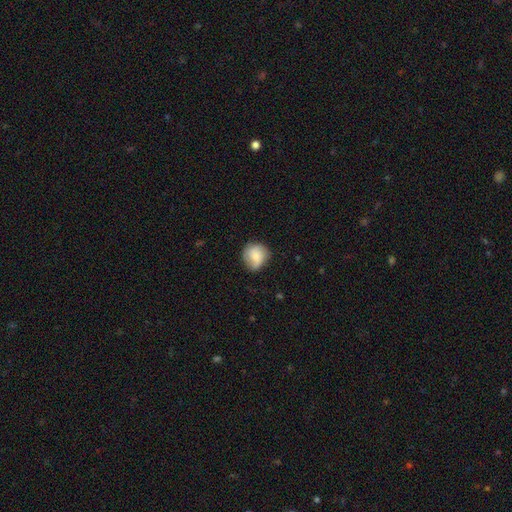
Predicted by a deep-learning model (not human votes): The model was most divided on "merging": none: 69%, minor disturbance: 23%, major disturbance: 6%, merger: 1%. More confident: how rounded — round (84%); smooth or featured — smooth (73%).